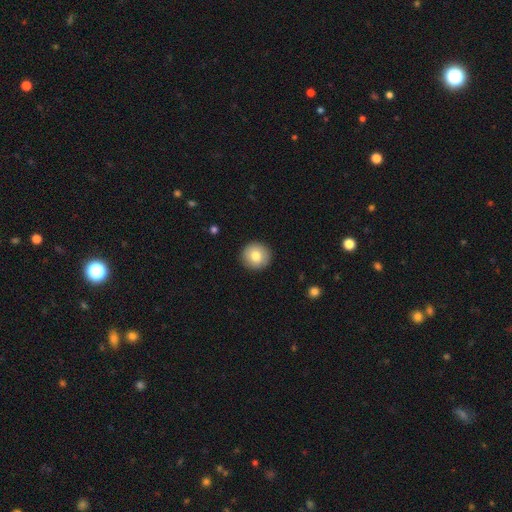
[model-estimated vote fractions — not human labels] smooth-or-featured: smooth: 80% | featured or disk: 12% | star or artifact: 7%
  how-rounded: round: 95% | in between: 4% | cigar-shaped: 1%
  merging: none: 92% | minor disturbance: 6% | major disturbance: 2% | merger: 1%